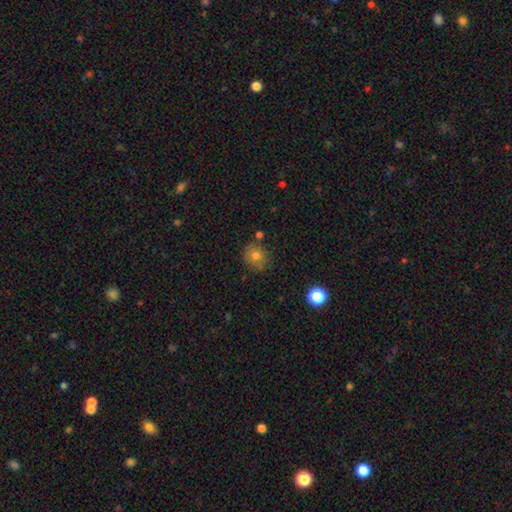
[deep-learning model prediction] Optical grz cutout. It shows a smooth galaxy with no disk features (75%) that is round (80%). Merging: none (77%).